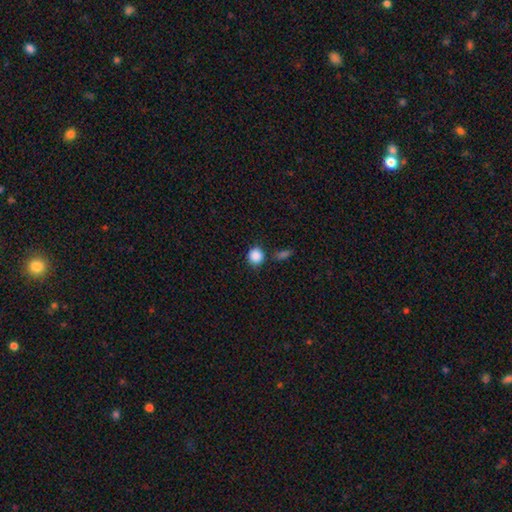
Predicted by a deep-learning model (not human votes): This is clearly a smooth galaxy (87%). How rounded: clearly round (90%). Merging: likely none (78%).